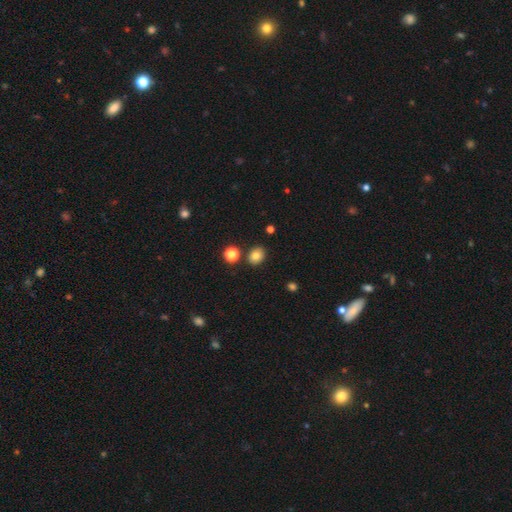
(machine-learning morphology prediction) smooth_or_featured: smooth (p=0.81) [alt: star or artifact p=0.12]
how_rounded: round (p=0.56) [alt: in between p=0.43]
merging: none (p=0.84) [alt: minor disturbance p=0.09]